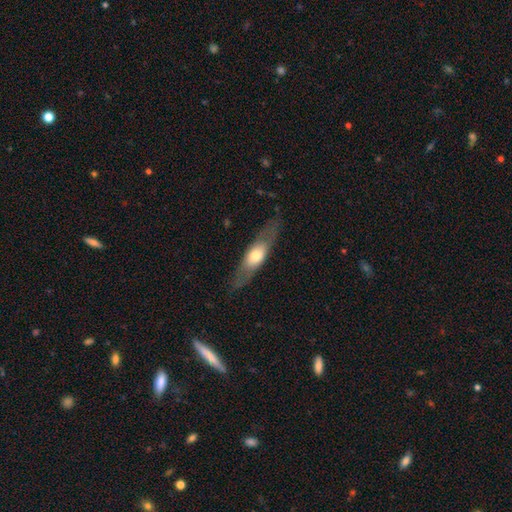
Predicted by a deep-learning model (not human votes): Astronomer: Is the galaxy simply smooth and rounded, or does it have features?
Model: featured or disk — 50% (runner-up: smooth, 45%).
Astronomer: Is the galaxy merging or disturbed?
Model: none — 78%.